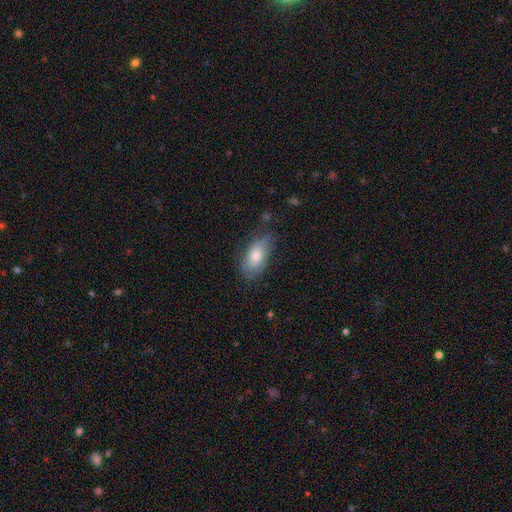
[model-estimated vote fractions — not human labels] This is likely a smooth galaxy (71%). How rounded: clearly in between (88%). Merging: possibly none (59%).